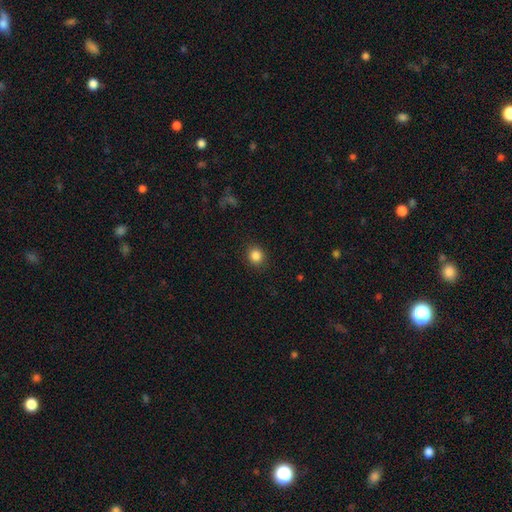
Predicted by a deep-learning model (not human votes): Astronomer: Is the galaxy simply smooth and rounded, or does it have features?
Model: smooth — 86%.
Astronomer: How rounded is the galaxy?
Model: round — 80%.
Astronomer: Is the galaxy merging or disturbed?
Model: none — 89%.